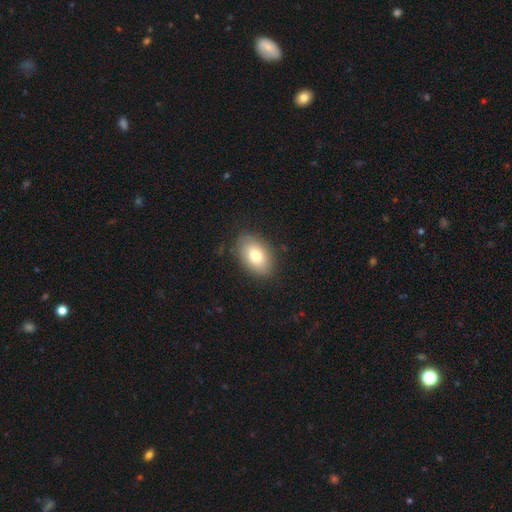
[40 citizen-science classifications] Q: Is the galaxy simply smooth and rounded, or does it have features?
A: smooth — 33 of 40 (82%).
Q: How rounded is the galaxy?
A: in between — 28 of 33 (85%).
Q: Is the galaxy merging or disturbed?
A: none — 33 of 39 (85%).